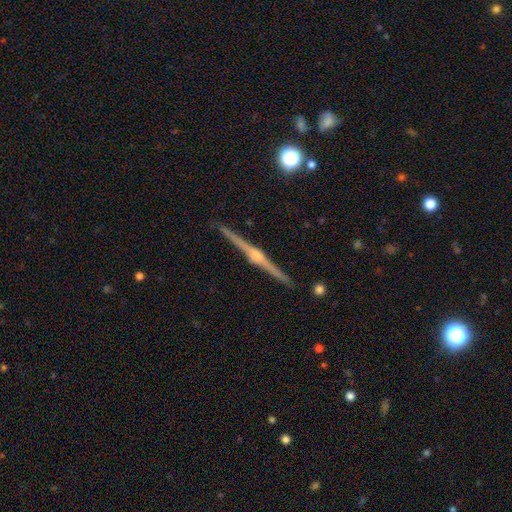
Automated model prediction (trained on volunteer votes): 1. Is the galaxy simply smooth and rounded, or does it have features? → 88% featured or disk, 6% smooth, 5% star or artifact.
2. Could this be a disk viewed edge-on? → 99% yes, 1% no.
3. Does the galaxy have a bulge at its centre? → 86% rounded, 8% boxy, 5% none.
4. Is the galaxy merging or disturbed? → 93% none, 5% minor disturbance, 1% major disturbance, 1% merger.